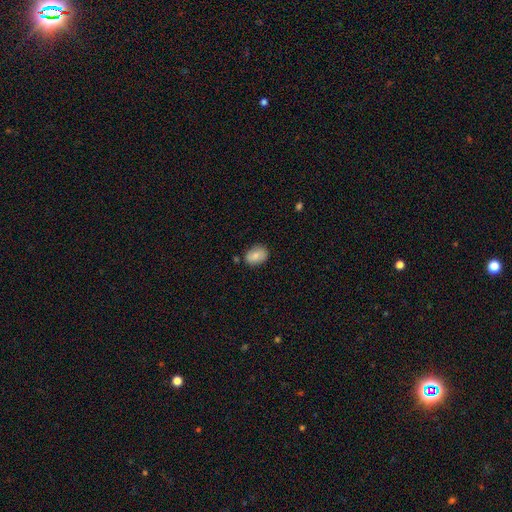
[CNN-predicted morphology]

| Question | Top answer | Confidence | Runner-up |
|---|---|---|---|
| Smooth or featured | smooth | 81% | featured or disk (12%) |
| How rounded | in between | 78% | round (21%) |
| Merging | none | 79% | minor disturbance (15%) |